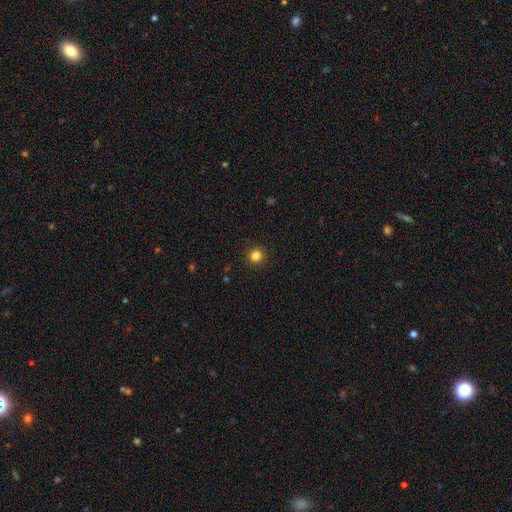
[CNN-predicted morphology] This is clearly a smooth galaxy (84%). How rounded: clearly round (91%). Merging: clearly none (92%).